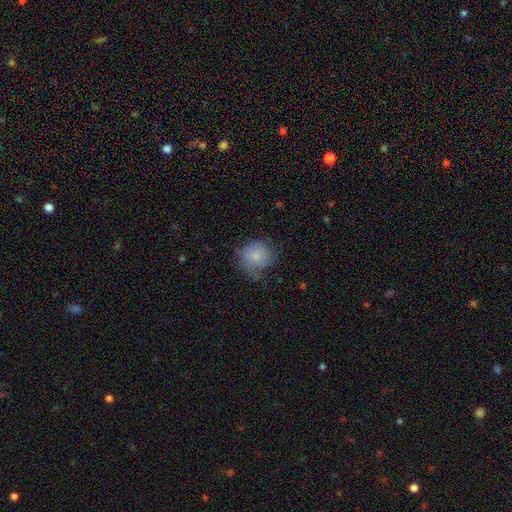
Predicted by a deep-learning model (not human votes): This appears to be a smooth galaxy with no disk features (80%) that is round (85%). Merging: none (55%).